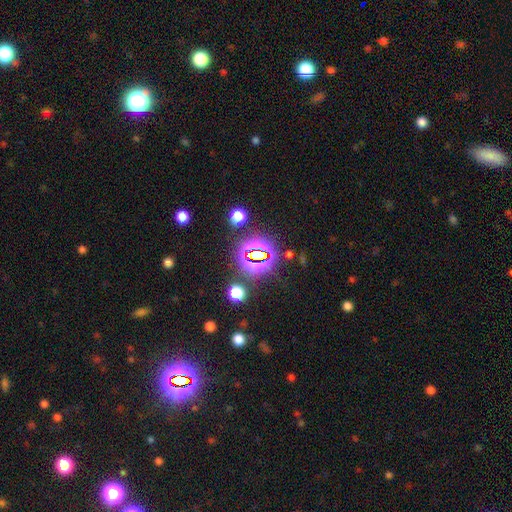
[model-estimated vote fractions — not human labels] Overall: star or artifact (74%).